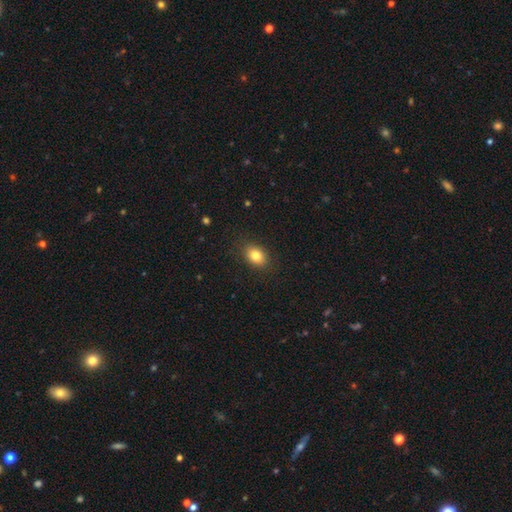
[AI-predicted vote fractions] Morphology: type=smooth (82%); roundness=in between (75%); merging=none (87%).